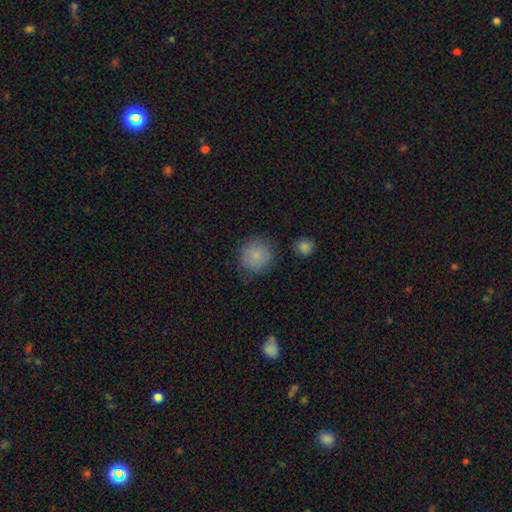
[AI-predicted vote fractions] Morphology: type=smooth (85%); roundness=round (92%); merging=none (81%).